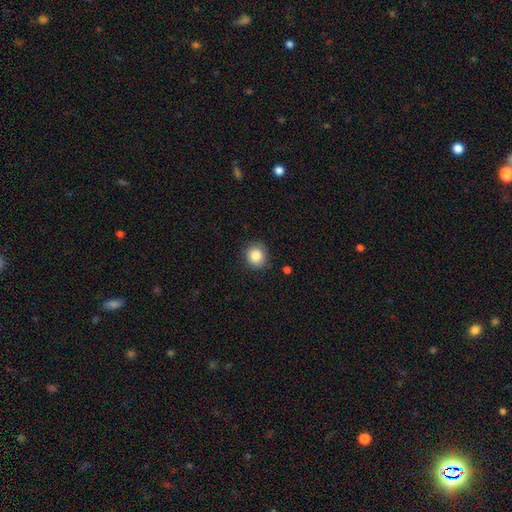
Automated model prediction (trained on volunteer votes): Smooth or featured: smooth — 85% (star or artifact — 9%)
How rounded: round — 87% (in between — 12%)
Merging: none — 86% (minor disturbance — 10%)